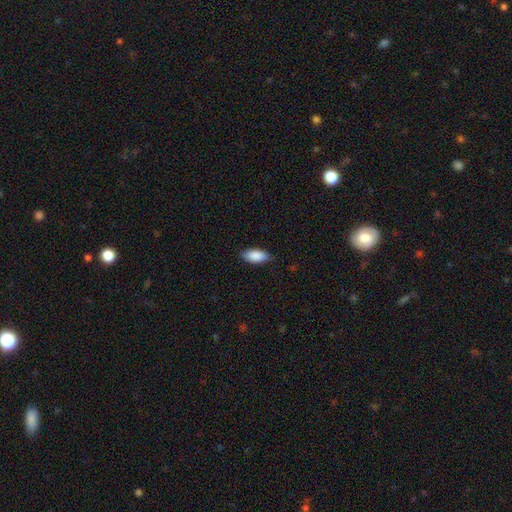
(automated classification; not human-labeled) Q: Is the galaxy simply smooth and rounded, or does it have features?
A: smooth — 89%.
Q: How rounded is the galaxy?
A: in between — 90%.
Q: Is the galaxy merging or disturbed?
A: none — 85%.